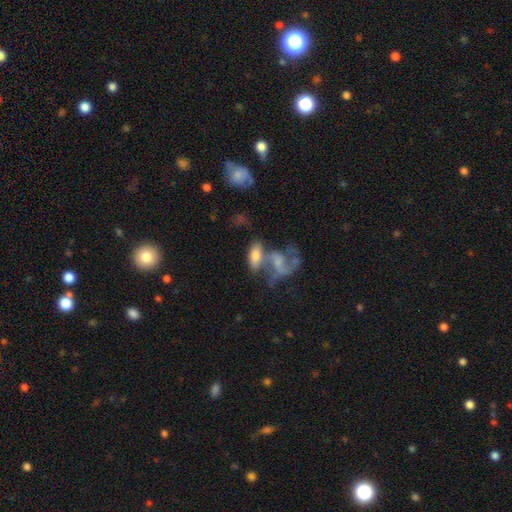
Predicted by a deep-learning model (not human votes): Smooth or featured? Predicted: smooth (p=0.57). How rounded? Predicted: in between (p=0.83). Merging? Predicted: merger (p=0.47).